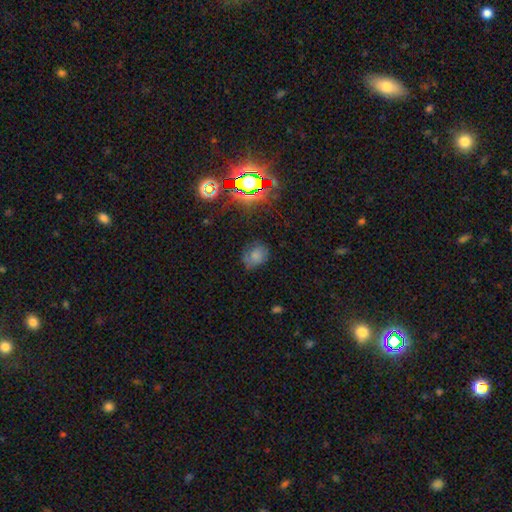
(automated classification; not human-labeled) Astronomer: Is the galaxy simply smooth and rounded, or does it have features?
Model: smooth — 66%.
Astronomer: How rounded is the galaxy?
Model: in between — 53% (runner-up: round, 46%).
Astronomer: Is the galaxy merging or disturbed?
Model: none — 65%.